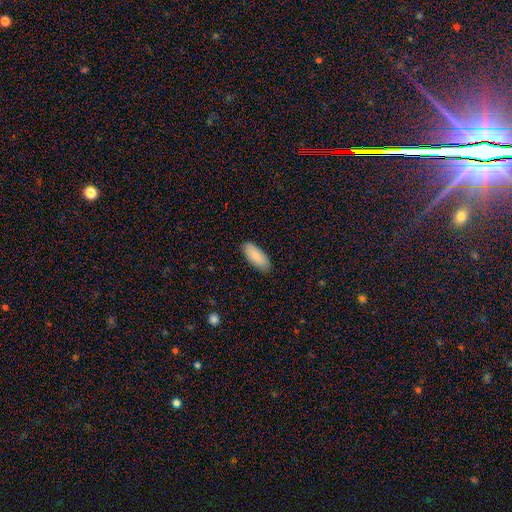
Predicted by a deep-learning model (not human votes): Overall: smooth (86%). How rounded: in between (87%). Merging: none (88%).